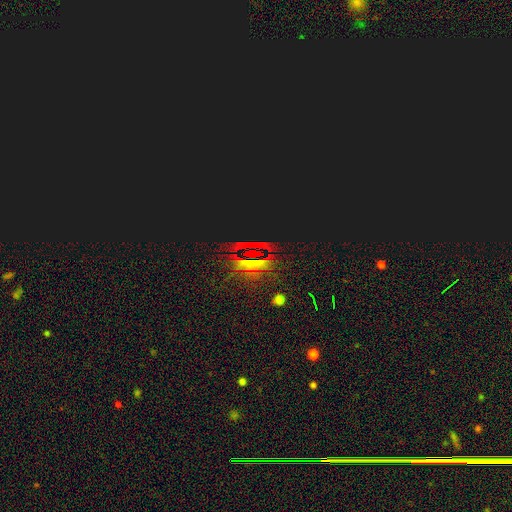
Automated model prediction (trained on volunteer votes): The model was most divided on "smooth or featured": star or artifact: 76%, smooth: 15%, featured or disk: 9%.